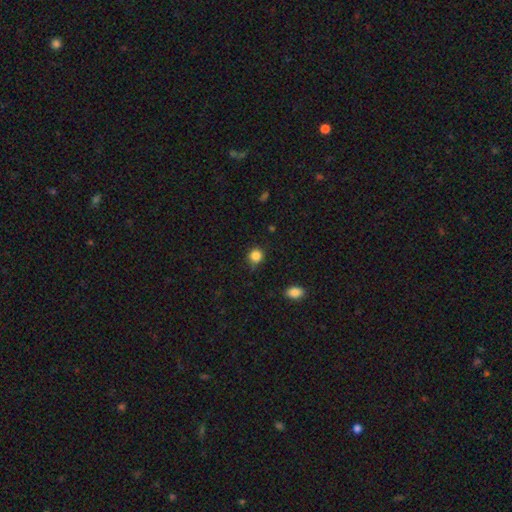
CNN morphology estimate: A smooth galaxy with no disk features (85%) that is round (89%).

Vote fractions:
- Smooth or featured? smooth: 85% / star or artifact: 11% / featured or disk: 4%
- How rounded? round: 89% / in between: 10% / cigar-shaped: 1%
- Merging? none: 79% / minor disturbance: 16% / major disturbance: 3% / merger: 2%